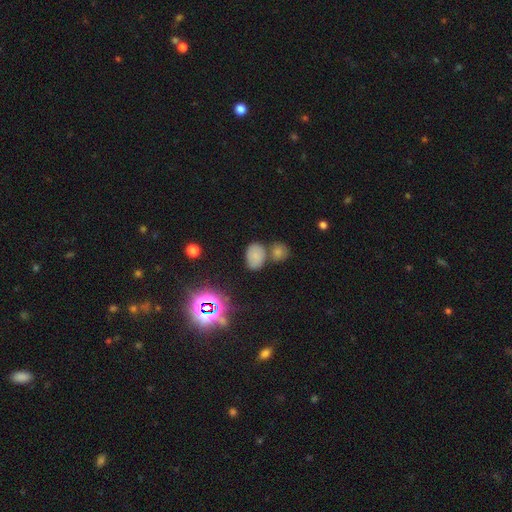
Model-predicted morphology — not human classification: A smooth galaxy with no disk features (71%) that is in between round and cigar-shaped (80%). Merging: none (58%).